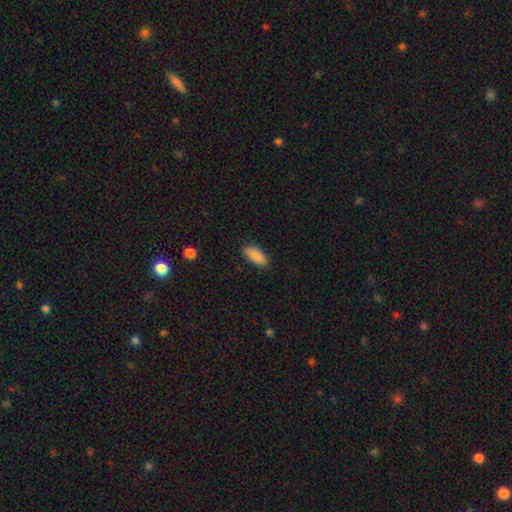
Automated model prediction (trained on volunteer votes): smooth-or-featured: smooth: 90% | star or artifact: 6% | featured or disk: 4%
  how-rounded: in between: 82% | cigar-shaped: 16% | round: 2%
  merging: none: 88% | minor disturbance: 9% | major disturbance: 2% | merger: 1%